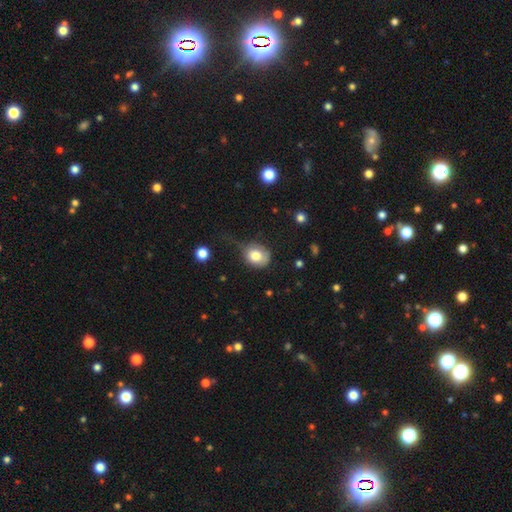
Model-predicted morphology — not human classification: Smooth or featured? Predicted: smooth (p=0.78). How rounded? Predicted: round (p=0.63). Merging? Predicted: none (p=0.43).